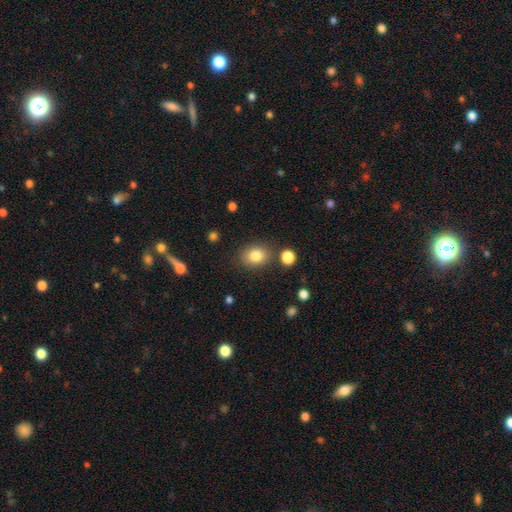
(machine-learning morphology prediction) smooth-or-featured: smooth: 82% | star or artifact: 10% | featured or disk: 8%
  how-rounded: in between: 56% | round: 43% | cigar-shaped: 1%
  merging: none: 81% | minor disturbance: 11% | merger: 4% | major disturbance: 4%